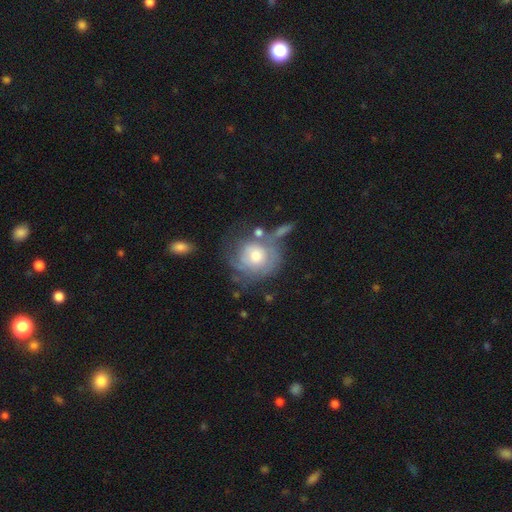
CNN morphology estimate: type=featured or disk (59%); edge-on=no (96%); bar=no (82%); spiral arms=yes (74%); bulge=moderate (63%); merging=none (49%).